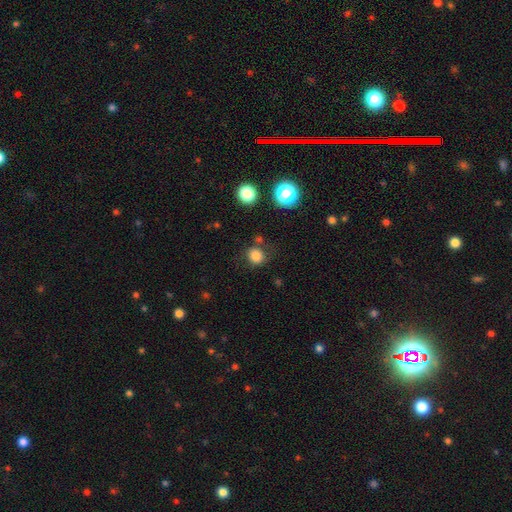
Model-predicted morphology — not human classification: Smooth or featured?
  - smooth: 82% *
  - star or artifact: 14%
  - featured or disk: 5%
How rounded?
  - round: 81% *
  - in between: 18%
  - cigar-shaped: 1%
Merging?
  - none: 75% *
  - minor disturbance: 14%
  - major disturbance: 6%
  - merger: 5%